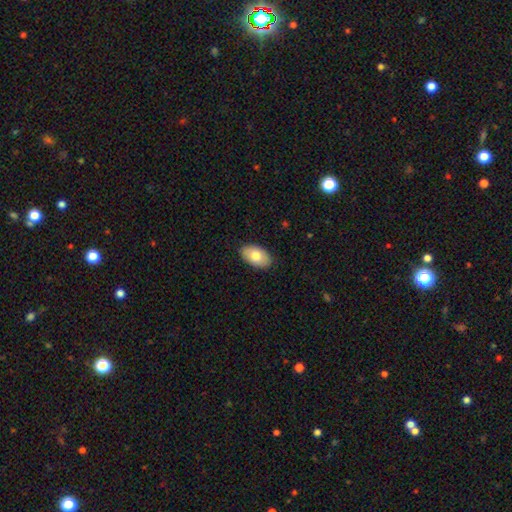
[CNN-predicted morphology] Smooth or featured? smooth (76%)
How rounded? in between (93%)
Merging? none (87%)